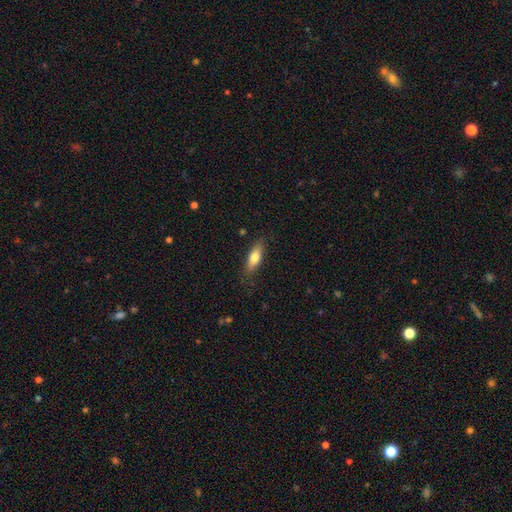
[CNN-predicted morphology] This is likely a smooth galaxy (70%). How rounded: possibly in between (50%). Merging: clearly none (82%).